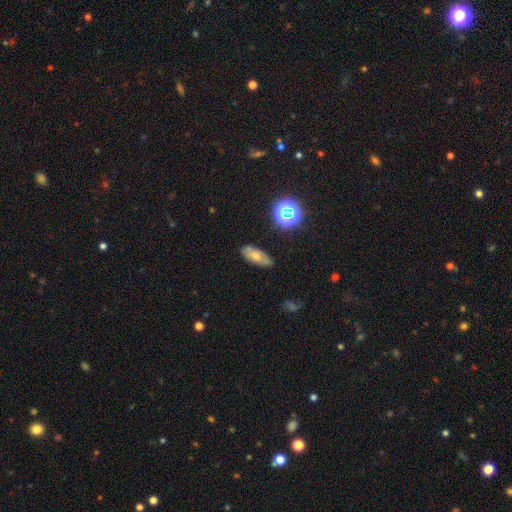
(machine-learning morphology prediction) Smooth or featured: smooth — 58% (featured or disk — 29%)
How rounded: in between — 81% (cigar-shaped — 14%)
Merging: none — 79% (minor disturbance — 16%)